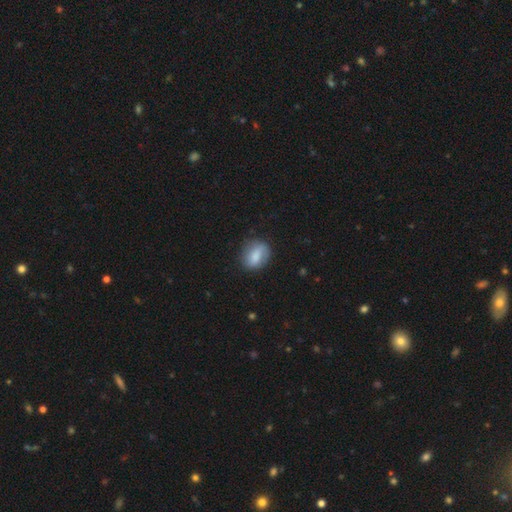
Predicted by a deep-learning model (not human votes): smooth 72%, featured or disk 20%, star or artifact 8%. Down the decision tree: how rounded — in between (62%); merging — none (72%).